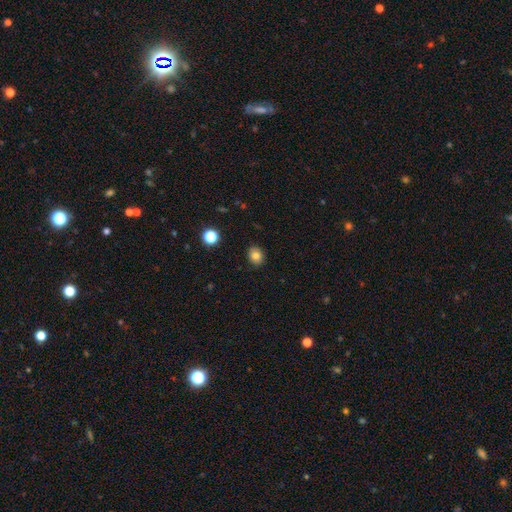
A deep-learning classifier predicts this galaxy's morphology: Q: Smooth or featured?
A: smooth (81%); runner-up: star or artifact (11%)
Q: How rounded?
A: round (57%); runner-up: in between (42%)
Q: Merging?
A: none (89%); runner-up: minor disturbance (8%)